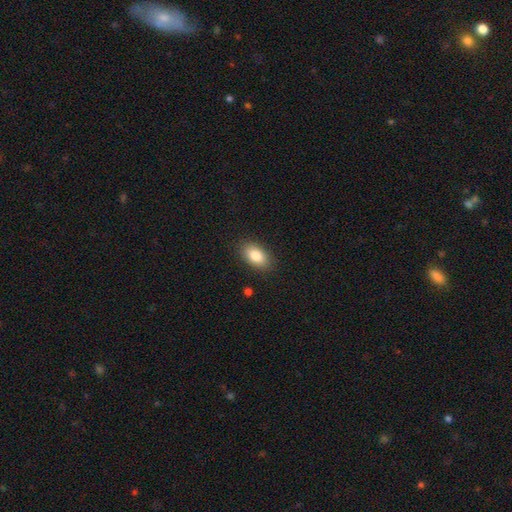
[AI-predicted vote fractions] A smooth galaxy with no disk features (84%) that is in between round and cigar-shaped (92%).

Vote fractions:
- Smooth or featured? smooth: 84% / featured or disk: 9% / star or artifact: 7%
- How rounded? in between: 92% / round: 6% / cigar-shaped: 2%
- Merging? none: 88% / minor disturbance: 9% / major disturbance: 2% / merger: 1%